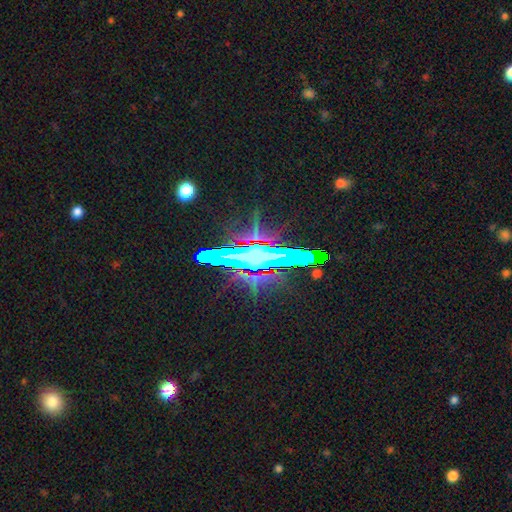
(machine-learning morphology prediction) Overall: star or artifact (61%; featured or disk 26%).